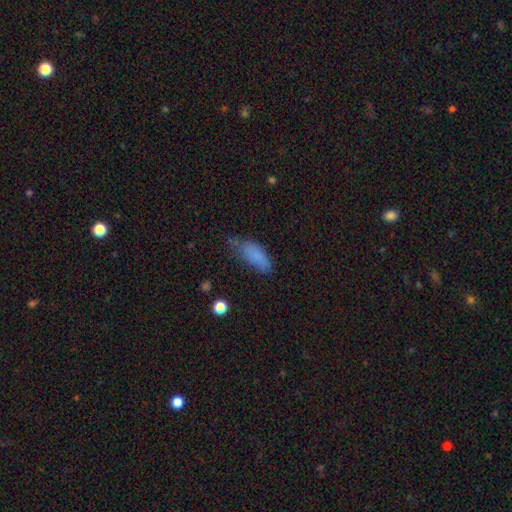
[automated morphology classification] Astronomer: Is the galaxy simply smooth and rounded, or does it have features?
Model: smooth — 81%.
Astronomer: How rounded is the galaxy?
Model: in between — 78%.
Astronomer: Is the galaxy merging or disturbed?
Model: none — 49% (runner-up: minor disturbance, 35%).